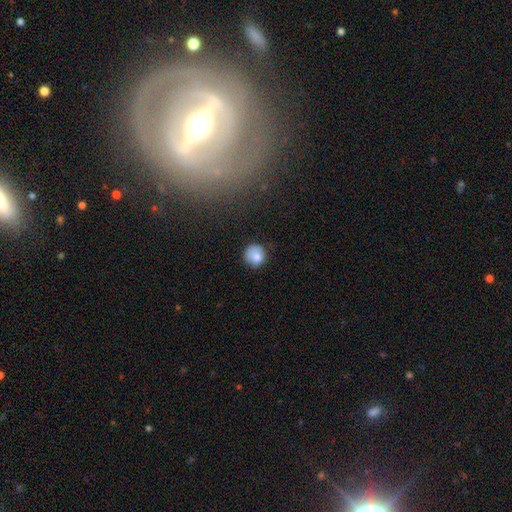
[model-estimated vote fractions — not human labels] A smooth galaxy with no disk features (81%) that is round (92%). Merging: none (76%).